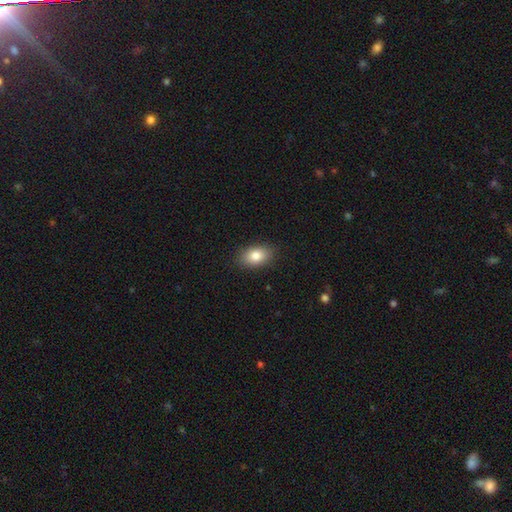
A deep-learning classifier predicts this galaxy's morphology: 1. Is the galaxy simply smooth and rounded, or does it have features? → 82% smooth, 10% featured or disk, 8% star or artifact.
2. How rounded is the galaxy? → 88% in between, 10% round, 2% cigar-shaped.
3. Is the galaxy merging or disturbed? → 87% none, 9% minor disturbance, 2% major disturbance, 1% merger.